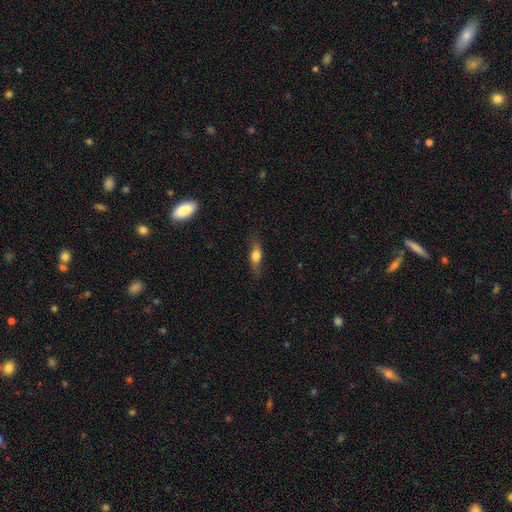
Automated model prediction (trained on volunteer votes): Q: Smooth or featured?
A: smooth (58%); runner-up: featured or disk (34%)
Q: How rounded?
A: in between (52%); runner-up: cigar-shaped (42%)
Q: Merging?
A: none (76%); runner-up: minor disturbance (18%)